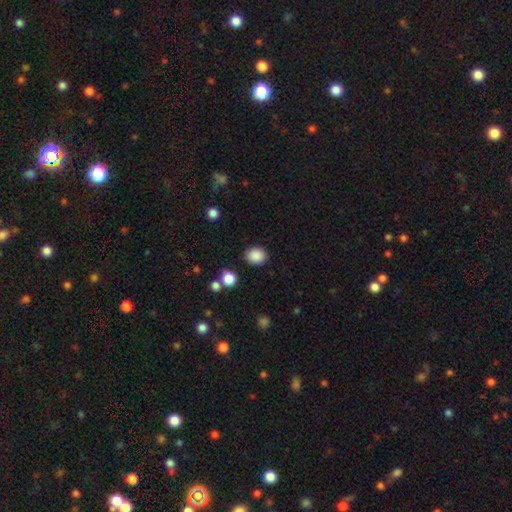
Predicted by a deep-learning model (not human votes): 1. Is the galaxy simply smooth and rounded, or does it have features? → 88% smooth, 9% star or artifact, 3% featured or disk.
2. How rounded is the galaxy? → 65% round, 34% in between, 1% cigar-shaped.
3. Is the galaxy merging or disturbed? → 87% none, 8% minor disturbance, 3% major disturbance, 2% merger.